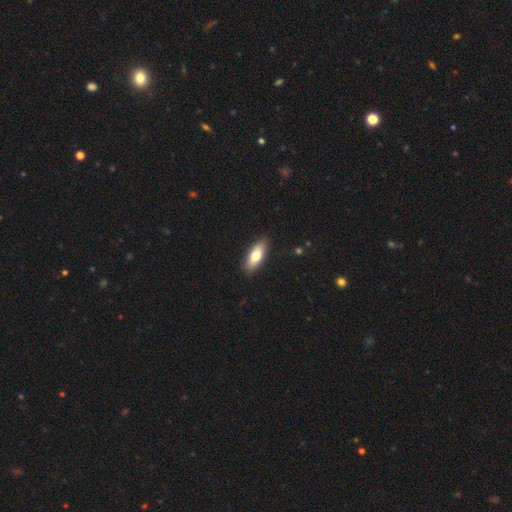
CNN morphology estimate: smooth_or_featured: smooth (p=0.72) [alt: featured or disk p=0.22]
how_rounded: in between (p=0.77) [alt: cigar-shaped p=0.20]
merging: none (p=0.89) [alt: minor disturbance p=0.08]